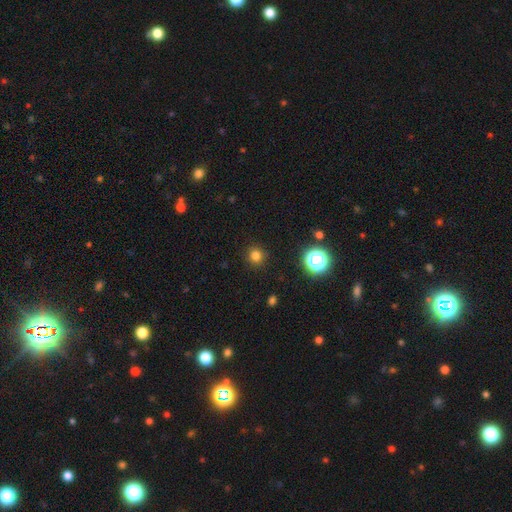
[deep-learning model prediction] This is likely a smooth galaxy (79%). How rounded: clearly round (93%). Merging: clearly none (91%).